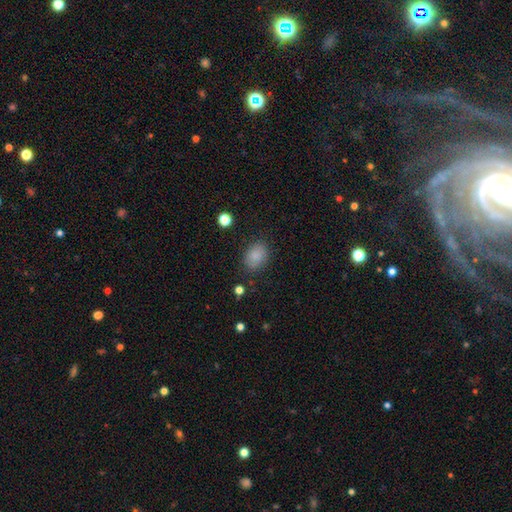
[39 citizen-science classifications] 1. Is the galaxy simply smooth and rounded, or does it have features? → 82% smooth, 10% star or artifact, 8% featured or disk.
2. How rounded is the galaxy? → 91% in between, 9% round, 0% cigar-shaped.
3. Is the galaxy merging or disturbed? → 89% none, 6% minor disturbance, 6% major disturbance, 0% merger.